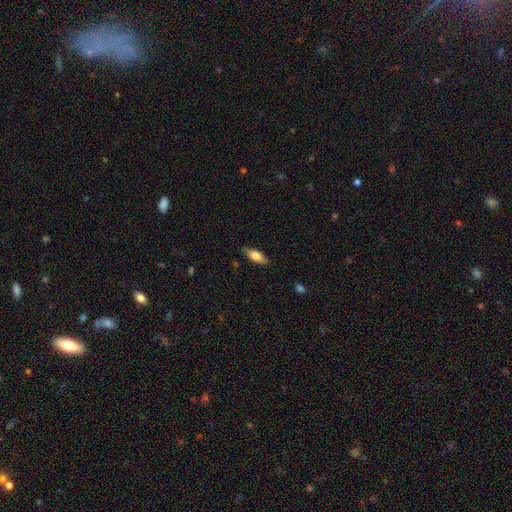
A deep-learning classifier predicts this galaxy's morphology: smooth_or_featured: smooth (p=0.76) [alt: featured or disk p=0.18]
how_rounded: in between (p=0.75) [alt: cigar-shaped p=0.23]
merging: none (p=0.82) [alt: minor disturbance p=0.14]